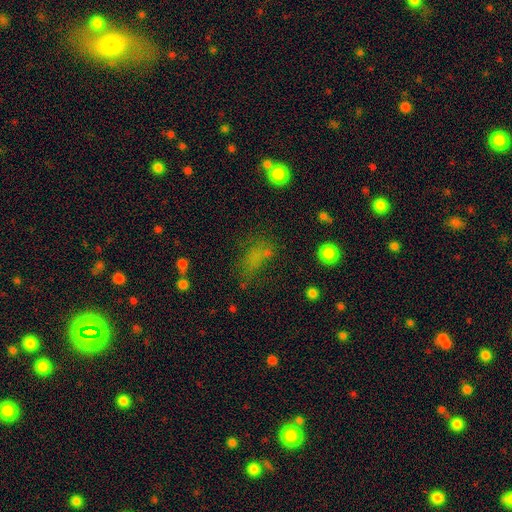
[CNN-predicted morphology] This appears to be a smooth galaxy with no disk features (58%) that is in between round and cigar-shaped (70%). Merging: none (50%).